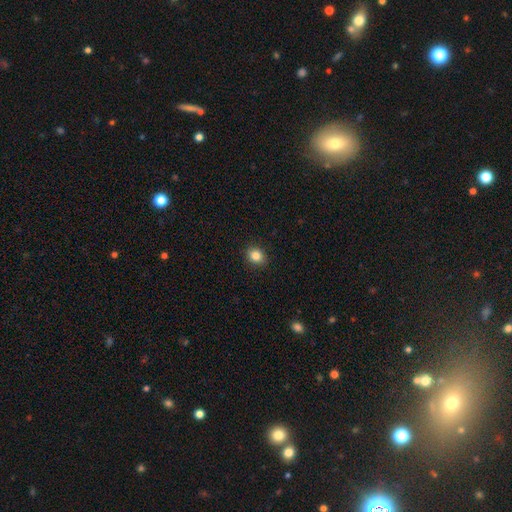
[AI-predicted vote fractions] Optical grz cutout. It shows a smooth galaxy with no disk features (84%) that is round (60%). Merging: none (90%).